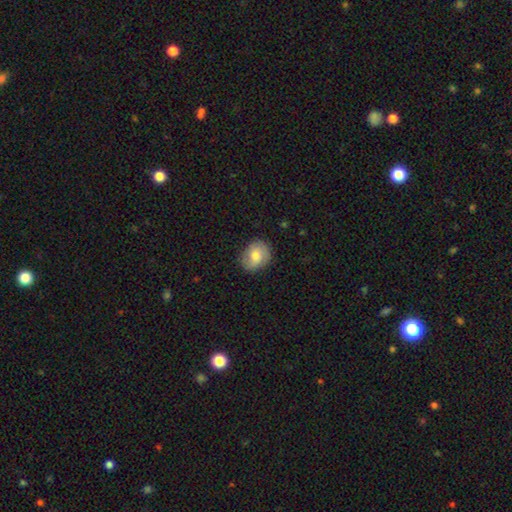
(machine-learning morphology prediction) Smooth or featured? smooth (67%)
How rounded? round (53%)
Merging? none (81%)